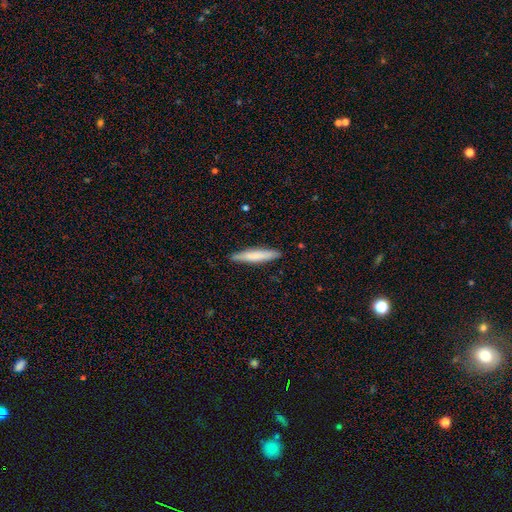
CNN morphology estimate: Smooth or featured? Predicted: smooth (p=0.70). How rounded? Predicted: cigar-shaped (p=0.93). Merging? Predicted: none (p=0.89).